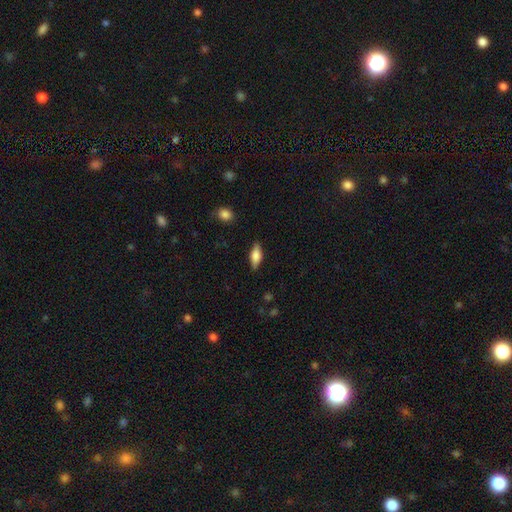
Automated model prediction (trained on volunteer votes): Smooth or featured? Predicted: smooth (p=0.69). How rounded? Predicted: in between (p=0.75). Merging? Predicted: none (p=0.84).